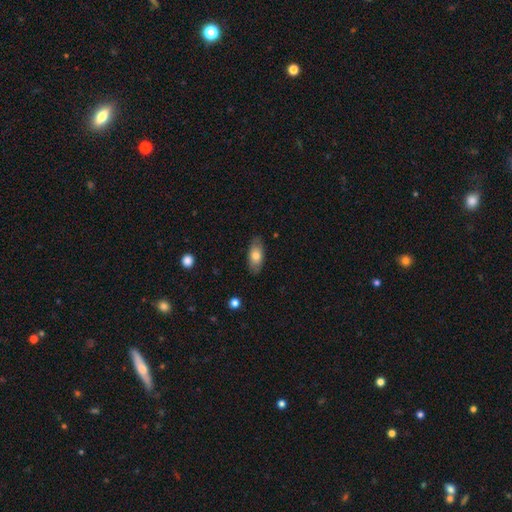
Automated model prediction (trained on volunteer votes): Q: Smooth or featured?
A: smooth (72%); runner-up: featured or disk (22%)
Q: How rounded?
A: in between (87%); runner-up: cigar-shaped (10%)
Q: Merging?
A: none (84%); runner-up: minor disturbance (12%)